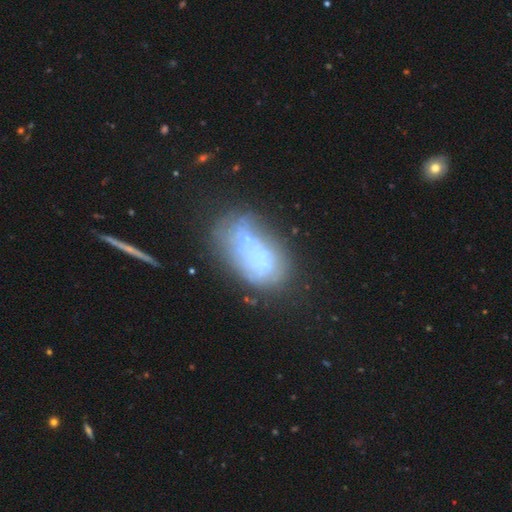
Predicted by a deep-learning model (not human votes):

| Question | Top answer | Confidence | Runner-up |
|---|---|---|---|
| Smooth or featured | smooth | 43% | tied: featured or disk (43%) |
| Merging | none | 36% | minor disturbance (23%) |